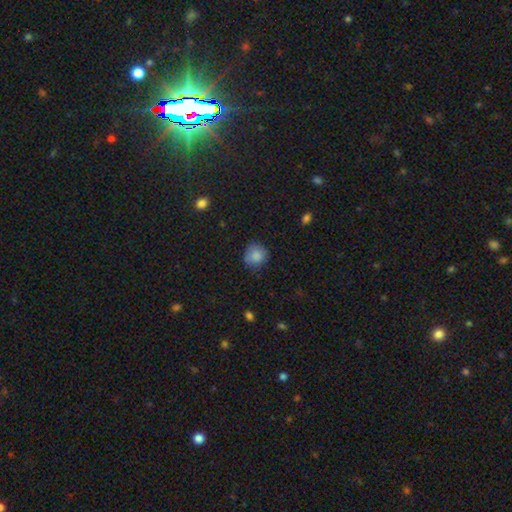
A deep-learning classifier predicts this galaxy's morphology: smooth 84%, star or artifact 9%, featured or disk 6%. Down the decision tree: how rounded — round (86%); merging — none (73%).